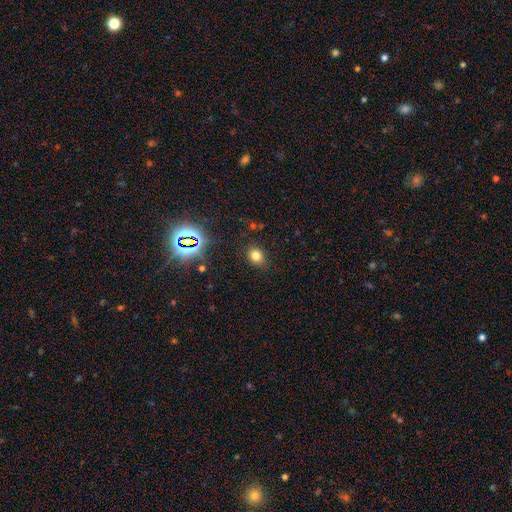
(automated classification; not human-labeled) A smooth galaxy with no disk features (74%) that is round (57%). Merging: none (82%).